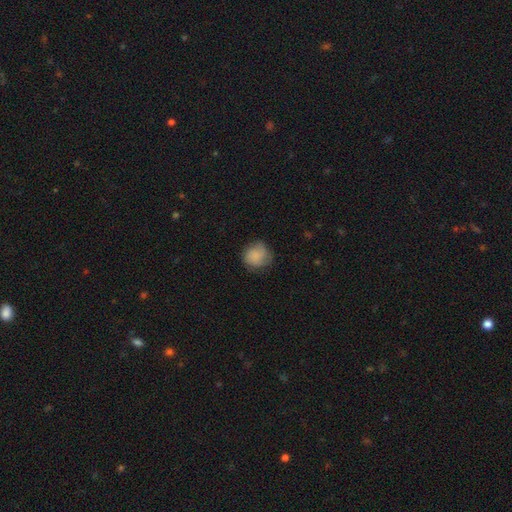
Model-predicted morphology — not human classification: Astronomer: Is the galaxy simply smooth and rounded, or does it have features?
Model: smooth — 79%.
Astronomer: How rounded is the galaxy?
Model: round — 83%.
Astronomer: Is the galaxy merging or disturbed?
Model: none — 67%.